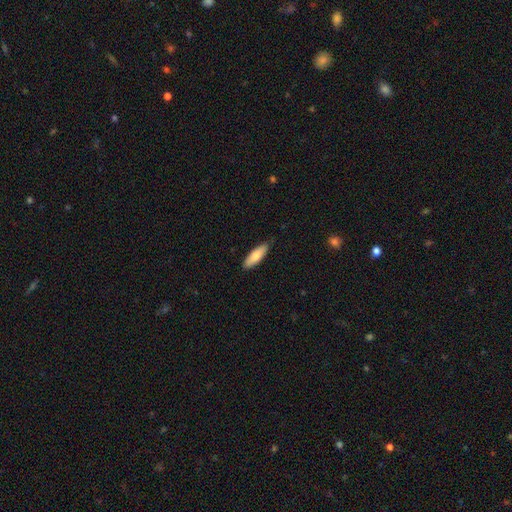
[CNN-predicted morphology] smooth 79%, featured or disk 16%, star or artifact 5%. Down the decision tree: how rounded — in between (54%); merging — none (85%).